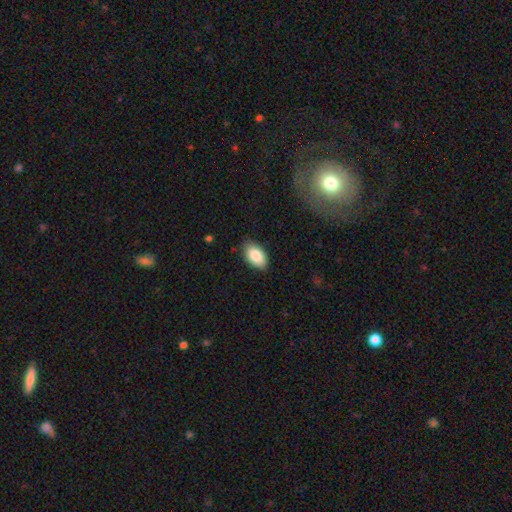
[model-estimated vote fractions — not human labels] smooth 86%, featured or disk 7%, star or artifact 6%. Down the decision tree: how rounded — in between (94%); merging — none (85%).